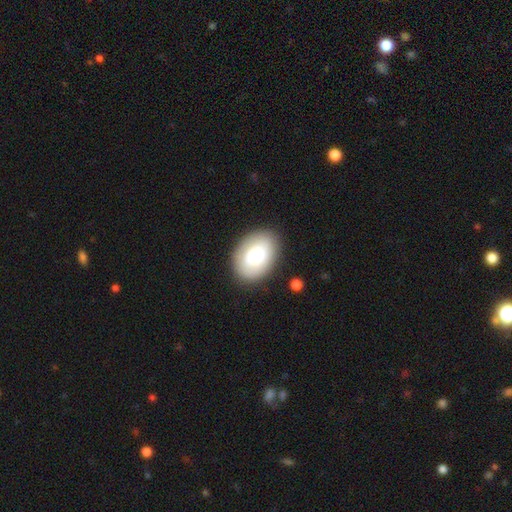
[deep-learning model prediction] Smooth or featured? smooth (78%)
How rounded? in between (80%)
Merging? none (85%)